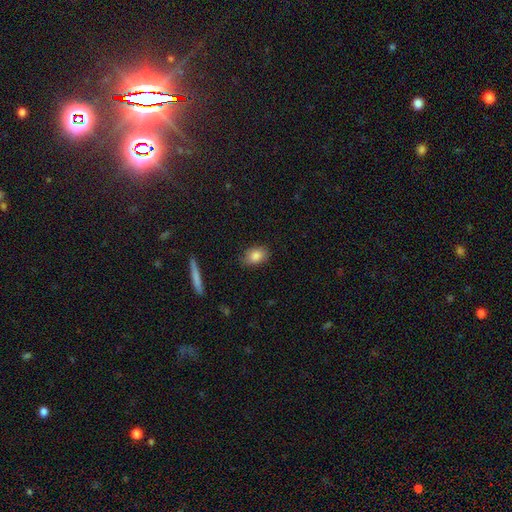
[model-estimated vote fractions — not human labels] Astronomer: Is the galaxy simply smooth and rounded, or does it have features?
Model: smooth — 85%.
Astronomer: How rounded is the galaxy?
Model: in between — 81%.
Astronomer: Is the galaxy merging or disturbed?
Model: none — 81%.